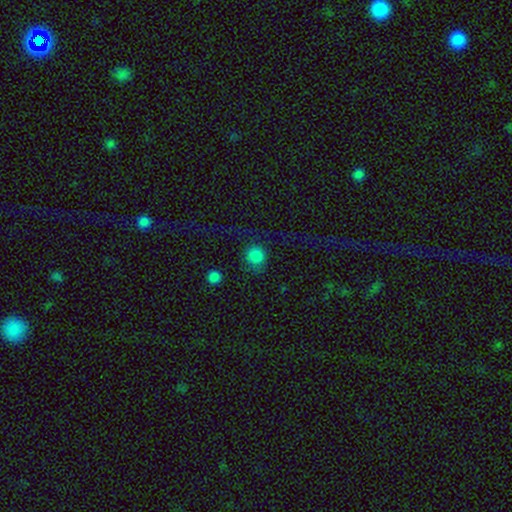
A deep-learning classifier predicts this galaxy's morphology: A smooth galaxy with no disk features (80%) that is round (89%). Merging: none (72%).